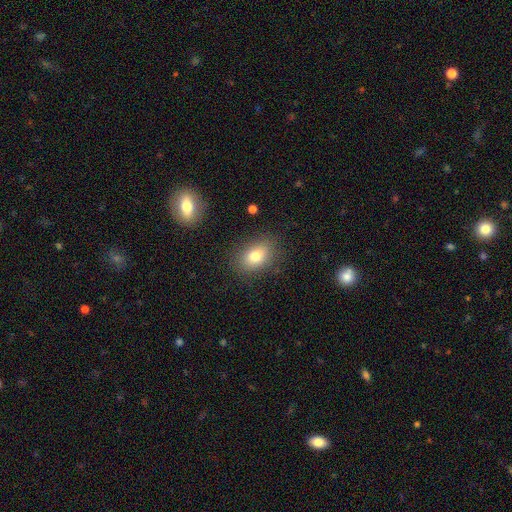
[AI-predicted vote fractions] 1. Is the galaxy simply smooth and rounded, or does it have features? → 77% smooth, 12% featured or disk, 11% star or artifact.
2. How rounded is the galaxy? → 75% in between, 23% round, 1% cigar-shaped.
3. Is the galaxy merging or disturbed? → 84% none, 11% minor disturbance, 4% major disturbance, 2% merger.